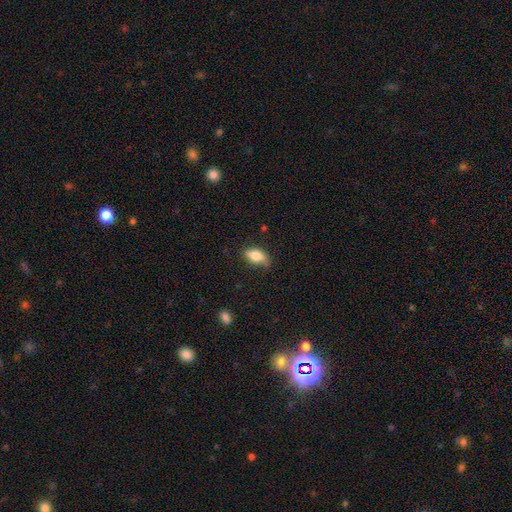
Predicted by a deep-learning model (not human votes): smooth 80%, featured or disk 13%, star or artifact 7%. Down the decision tree: how rounded — in between (87%); merging — none (74%).